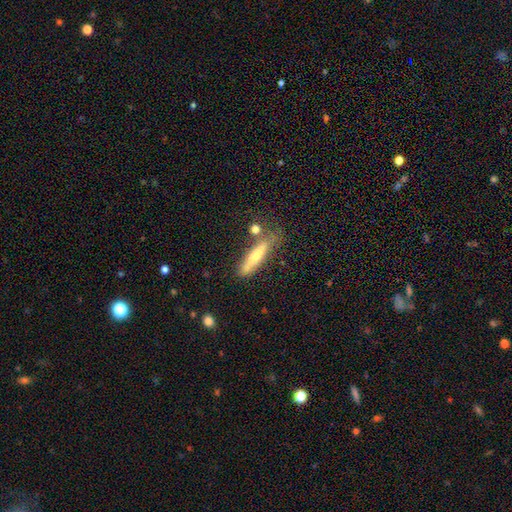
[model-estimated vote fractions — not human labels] This appears to be a smooth galaxy with no disk features (58%) that is cigar-shaped (83%). Merging: none (63%).